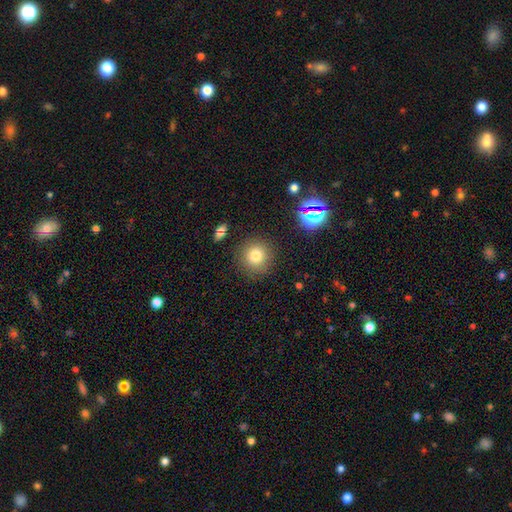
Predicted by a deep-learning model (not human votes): Overall: smooth (78%). How rounded: round (92%). Merging: none (87%).